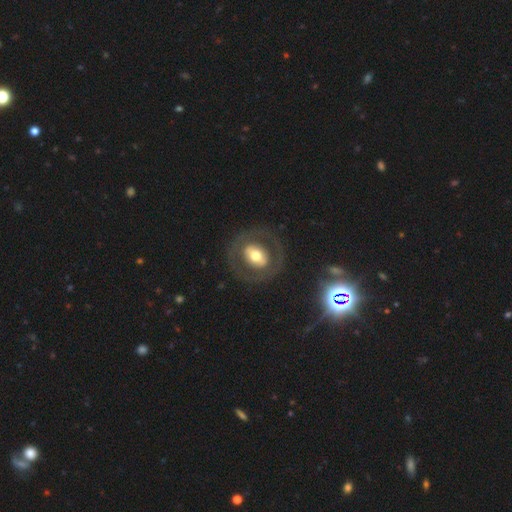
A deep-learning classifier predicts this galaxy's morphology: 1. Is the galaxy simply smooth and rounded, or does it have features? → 53% featured or disk, 41% smooth, 7% star or artifact.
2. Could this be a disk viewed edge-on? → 93% no, 7% yes.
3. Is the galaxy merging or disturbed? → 81% none, 9% minor disturbance, 9% major disturbance, 2% merger.